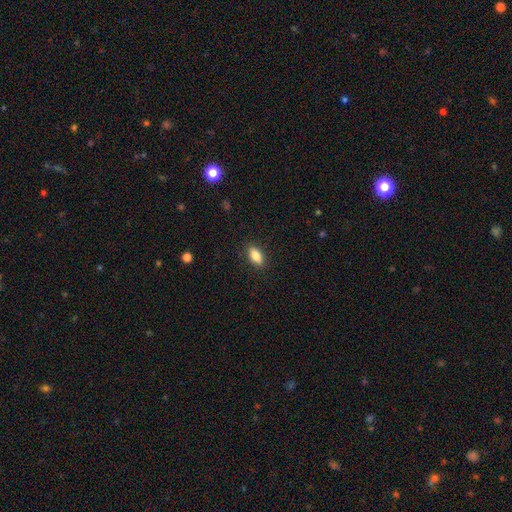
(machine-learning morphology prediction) smooth 84%, featured or disk 8%, star or artifact 8%. Down the decision tree: how rounded — in between (87%); merging — none (88%).